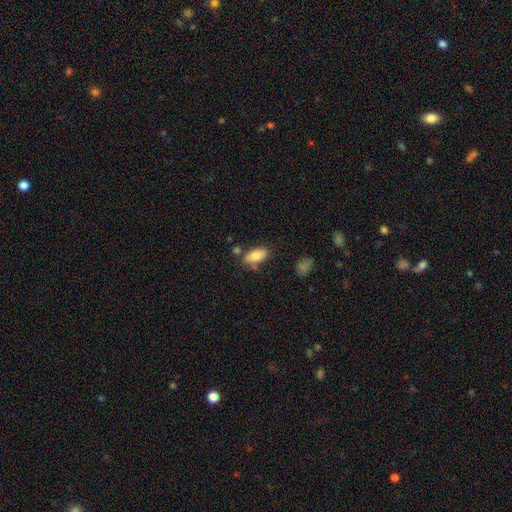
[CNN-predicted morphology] smooth-or-featured: smooth: 82% | featured or disk: 11% | star or artifact: 7%
  how-rounded: in between: 90% | cigar-shaped: 6% | round: 3%
  merging: none: 71% | minor disturbance: 17% | merger: 8% | major disturbance: 4%